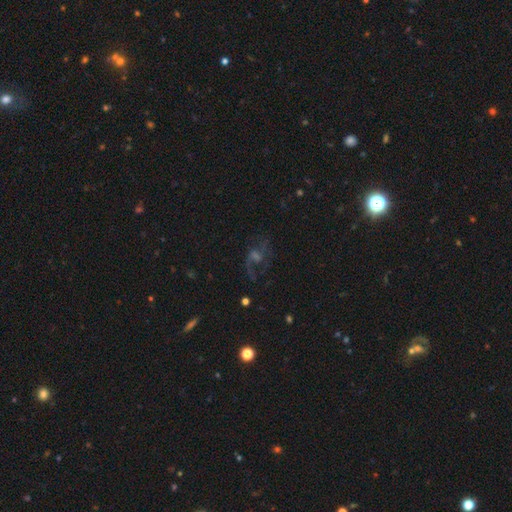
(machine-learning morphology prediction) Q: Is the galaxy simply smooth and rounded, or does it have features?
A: featured or disk — 57%.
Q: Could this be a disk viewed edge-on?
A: no — 96%.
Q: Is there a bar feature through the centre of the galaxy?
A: no — 54%.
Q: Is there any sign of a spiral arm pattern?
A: yes — 82%.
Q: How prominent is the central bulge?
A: small — 33%.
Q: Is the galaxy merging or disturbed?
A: none — 59%.